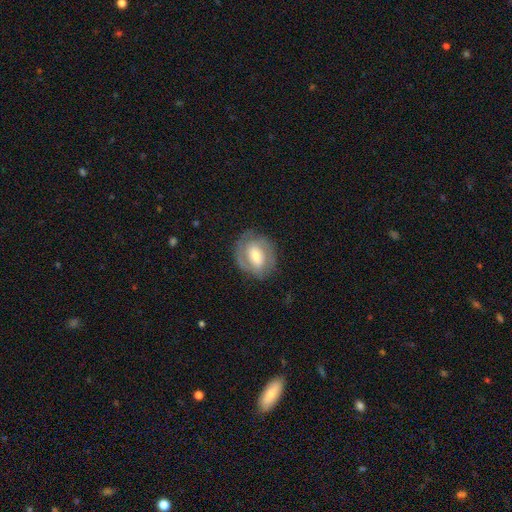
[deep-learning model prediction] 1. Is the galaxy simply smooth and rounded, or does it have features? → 69% featured or disk, 25% smooth, 6% star or artifact.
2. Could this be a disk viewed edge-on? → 96% no, 4% yes.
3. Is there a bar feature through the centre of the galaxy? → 42% weak, 30% no, 28% strong.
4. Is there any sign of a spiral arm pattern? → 80% yes, 20% no.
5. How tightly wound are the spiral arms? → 57% tight, 33% medium, 10% loose.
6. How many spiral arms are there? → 70% 2, 17% can't tell, 7% 1, 4% 3, 1% 4, 1% more than 4.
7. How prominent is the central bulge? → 55% moderate, 32% small, 10% large, 2% none, 2% dominant.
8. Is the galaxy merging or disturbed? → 78% none, 14% minor disturbance, 6% major disturbance, 1% merger.